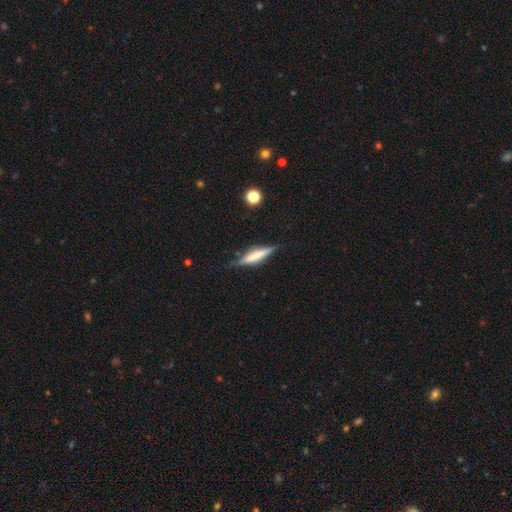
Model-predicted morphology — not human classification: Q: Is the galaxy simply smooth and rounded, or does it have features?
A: featured or disk — 56%.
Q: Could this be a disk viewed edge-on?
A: yes — 95%.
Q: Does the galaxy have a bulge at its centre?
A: rounded — 39%.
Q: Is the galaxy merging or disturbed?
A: none — 80%.